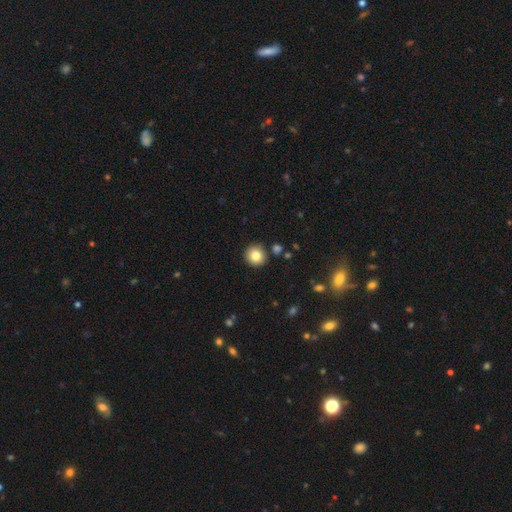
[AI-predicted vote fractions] smooth 83%, star or artifact 9%, featured or disk 8%. Down the decision tree: how rounded — round (93%); merging — none (88%).